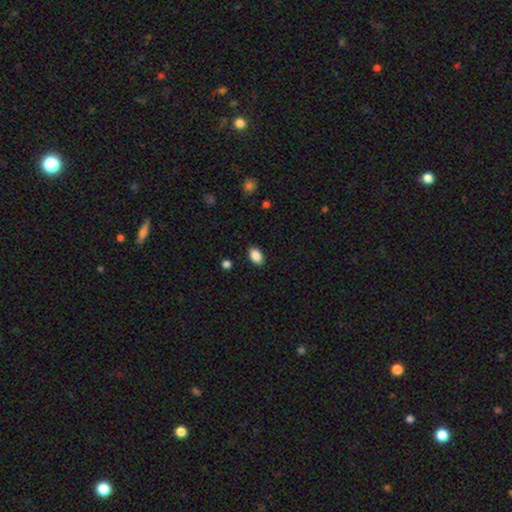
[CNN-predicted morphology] Smooth or featured? Predicted: smooth (p=0.88). How rounded? Predicted: in between (p=0.90). Merging? Predicted: none (p=0.88).